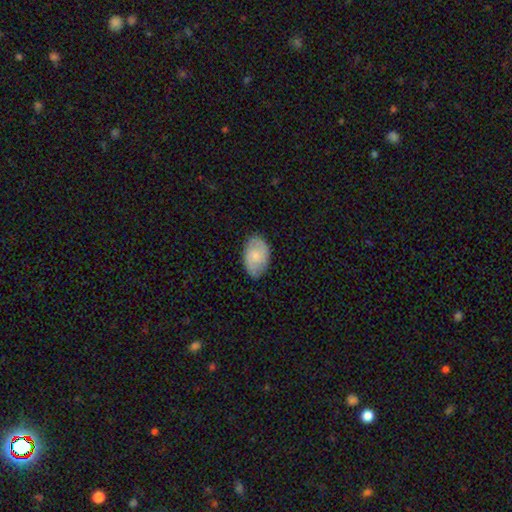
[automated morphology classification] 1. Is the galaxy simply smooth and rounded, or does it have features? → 54% smooth, 40% featured or disk, 6% star or artifact.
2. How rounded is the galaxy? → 89% in between, 9% round, 1% cigar-shaped.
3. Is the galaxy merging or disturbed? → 80% none, 16% minor disturbance, 3% major disturbance, 1% merger.